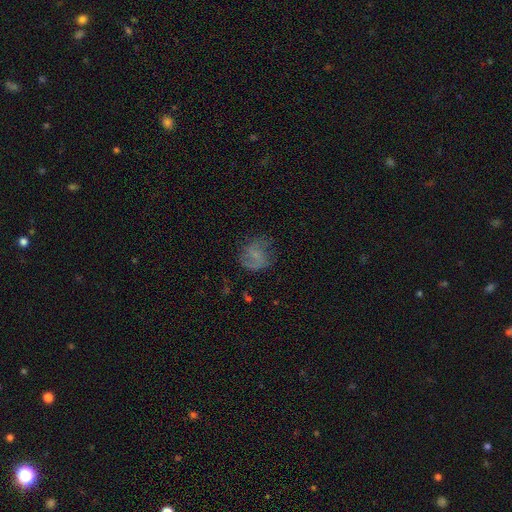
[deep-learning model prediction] The model was most divided on "smooth or featured": featured or disk: 45%, smooth: 43%, star or artifact: 11%. More confident: merging — none (60%).